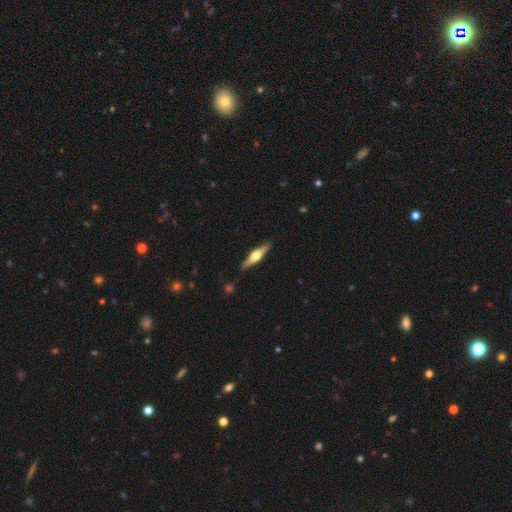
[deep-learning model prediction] This appears to be a featured or disk galaxy (66%) viewed edge-on (97%) with a rounded central bulge (92%). Merging: none (89%).